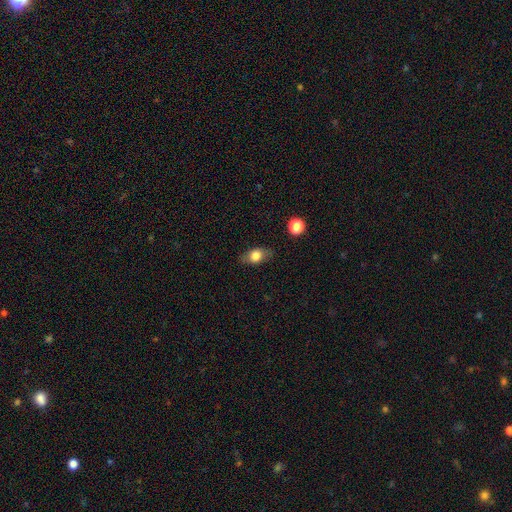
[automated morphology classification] The model was most divided on "smooth or featured": smooth: 73%, featured or disk: 19%, star or artifact: 8%. More confident: merging — none (79%); how rounded — in between (74%).